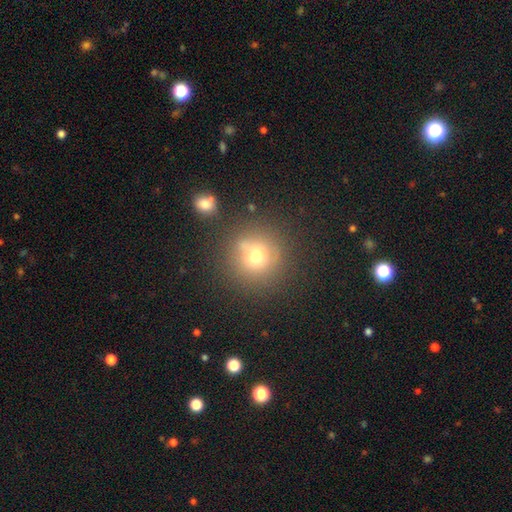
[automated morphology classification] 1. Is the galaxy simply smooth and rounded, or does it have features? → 69% smooth, 18% star or artifact, 14% featured or disk.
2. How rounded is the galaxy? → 94% round, 5% in between, 1% cigar-shaped.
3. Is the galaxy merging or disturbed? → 79% none, 10% minor disturbance, 6% merger, 5% major disturbance.